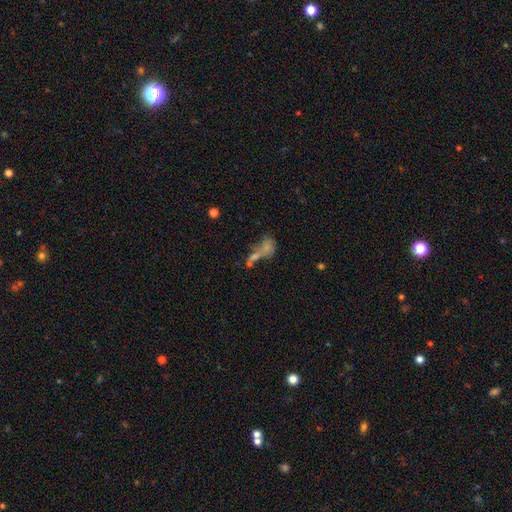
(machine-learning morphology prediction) Smooth or featured: smooth — 48% (featured or disk — 30%)
Merging: merger — 47% (none — 25%)